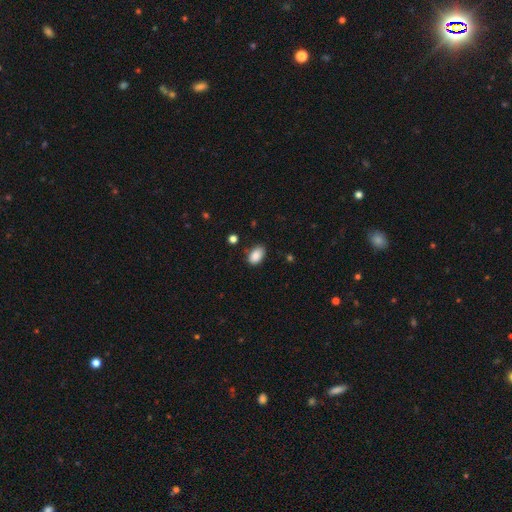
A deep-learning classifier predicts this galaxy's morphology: type=smooth (88%); roundness=in between (89%); merging=none (77%).